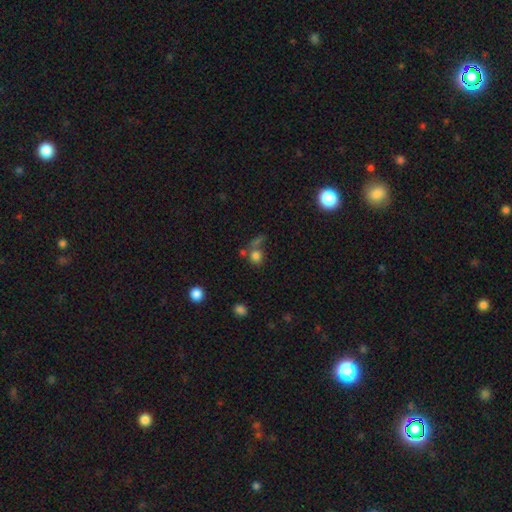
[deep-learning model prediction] Morphology: type=smooth (77%); roundness=round (79%); merging=none (51%).